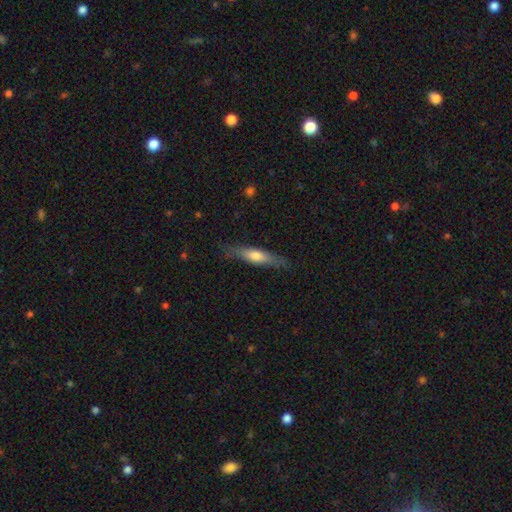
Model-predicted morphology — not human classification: A smooth galaxy with no disk features (57%) that is cigar-shaped (79%).

Vote fractions:
- Smooth or featured? smooth: 57% / featured or disk: 37% / star or artifact: 5%
- How rounded? cigar-shaped: 79% / in between: 19% / round: 2%
- Merging? none: 81% / minor disturbance: 15% / major disturbance: 3% / merger: 1%